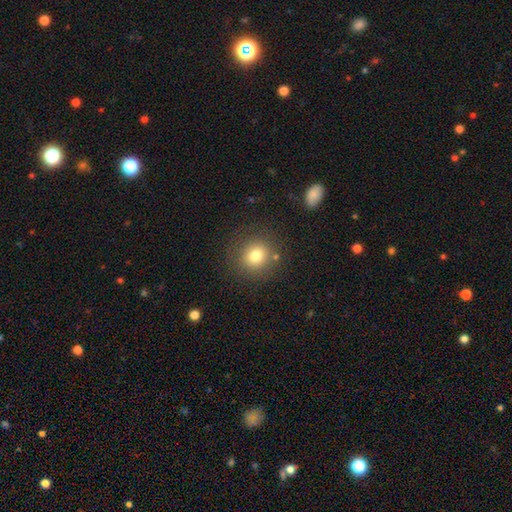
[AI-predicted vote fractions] This appears to be a smooth galaxy with no disk features (78%) that is round (88%). Merging: none (82%).